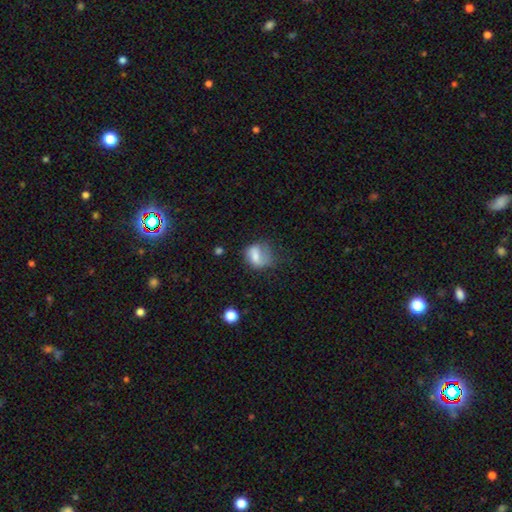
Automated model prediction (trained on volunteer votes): Smooth or featured? Predicted: smooth (p=0.62). How rounded? Predicted: round (p=0.50). Merging? Predicted: none (p=0.38).